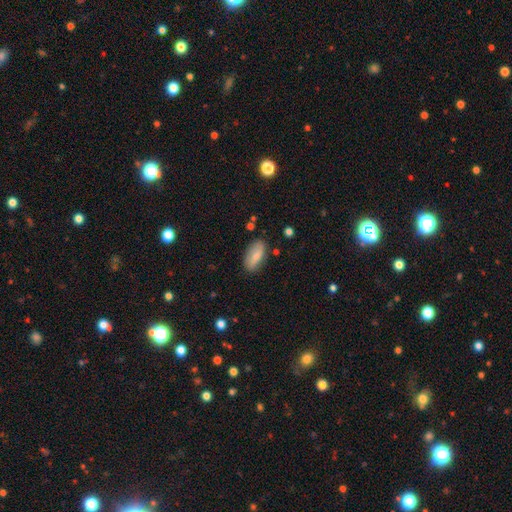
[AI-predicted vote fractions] smooth_or_featured: smooth (p=0.74) [alt: featured or disk p=0.20]
how_rounded: in between (p=0.85) [alt: cigar-shaped p=0.12]
merging: none (p=0.81) [alt: minor disturbance p=0.14]